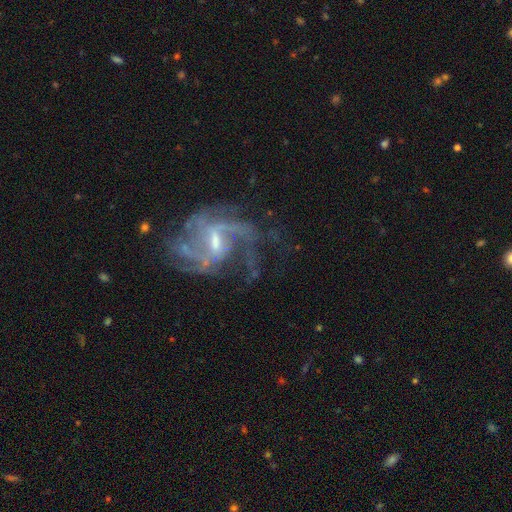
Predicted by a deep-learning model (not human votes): featured or disk 85%, star or artifact 10%, smooth 5%. Down the decision tree: edge-on disk — no (97%); bar — weak (52%); spiral arms — yes (94%); spiral arm count — 2 (28%); spiral winding — medium (43%); bulge size — small (53%); merging — none (56%).